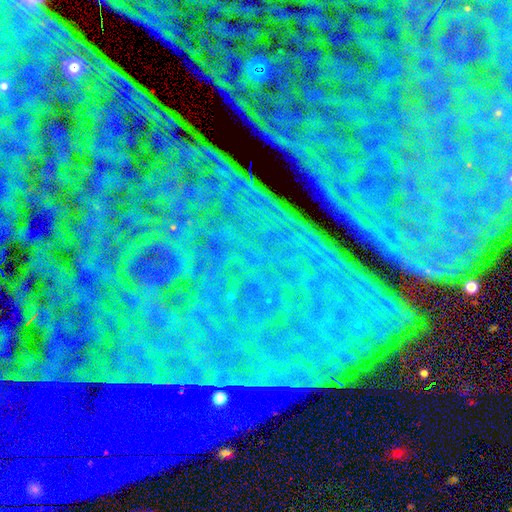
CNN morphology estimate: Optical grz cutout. It shows a star or artifact, not a galaxy (87%).